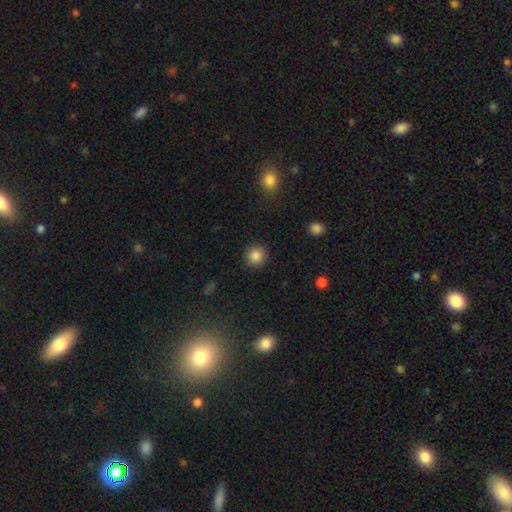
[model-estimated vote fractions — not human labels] smooth_or_featured: smooth (p=0.85) [alt: star or artifact p=0.10]
how_rounded: round (p=0.92) [alt: in between p=0.07]
merging: none (p=0.91) [alt: minor disturbance p=0.06]